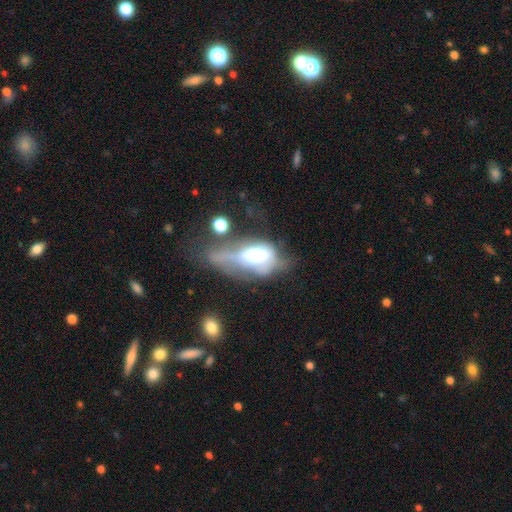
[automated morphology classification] smooth 45% (tied), featured or disk 45% (tied), star or artifact 11%. Down the decision tree: merging — major disturbance (51%).